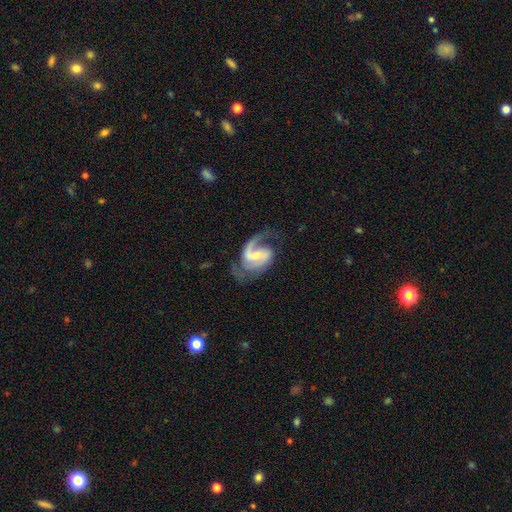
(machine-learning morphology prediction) Smooth or featured? Predicted: featured or disk (p=0.89). Edge-on disk? Predicted: no (p=0.98). Bar? Predicted: weak (p=0.49). Spiral arms? Predicted: yes (p=0.97). Spiral winding? Predicted: medium (p=0.53). Spiral arm count? Predicted: 2 (p=0.74). Bulge size? Predicted: small (p=0.49). Merging? Predicted: none (p=0.60).